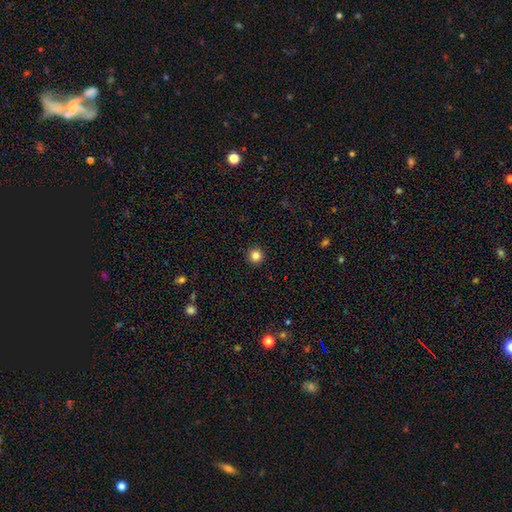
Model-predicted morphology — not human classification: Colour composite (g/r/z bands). It shows a smooth galaxy with no disk features (84%) that is round (95%). Merging: none (93%).